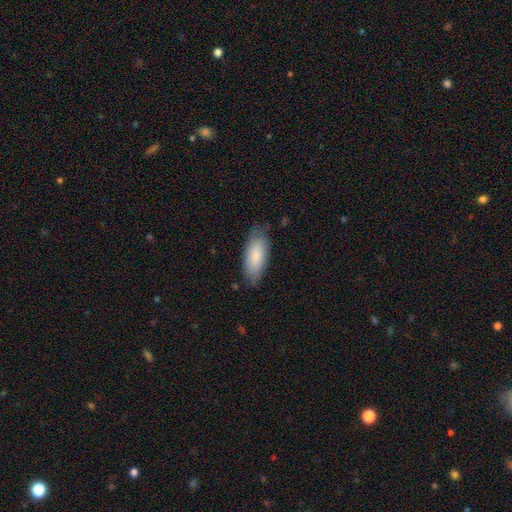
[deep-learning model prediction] A smooth galaxy with no disk features (83%) that is in between round and cigar-shaped (83%).

Vote fractions:
- Smooth or featured? smooth: 83% / featured or disk: 11% / star or artifact: 5%
- How rounded? in between: 83% / cigar-shaped: 15% / round: 2%
- Merging? none: 77% / minor disturbance: 18% / major disturbance: 4% / merger: 1%